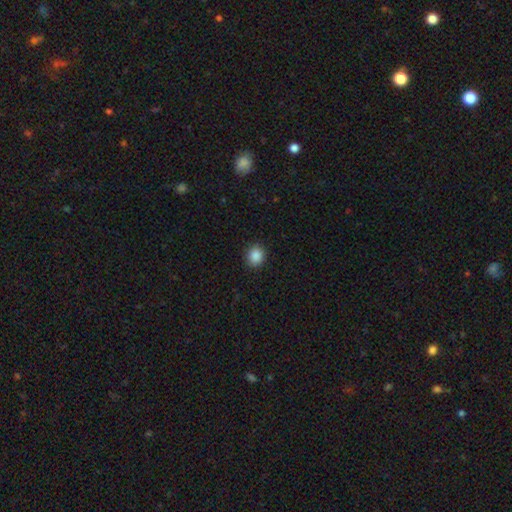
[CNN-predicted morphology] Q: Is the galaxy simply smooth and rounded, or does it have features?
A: smooth — 88%.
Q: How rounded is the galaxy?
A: round — 76%.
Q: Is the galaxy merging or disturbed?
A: none — 90%.